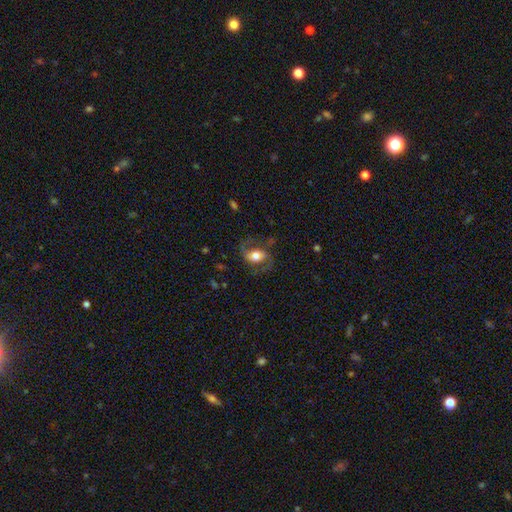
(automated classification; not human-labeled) A featured or disk galaxy (65%) with no bar (45%), 2 (89%) medium (45%) spiral arms (87%) and a moderate central bulge (55%). Merging: none (67%).